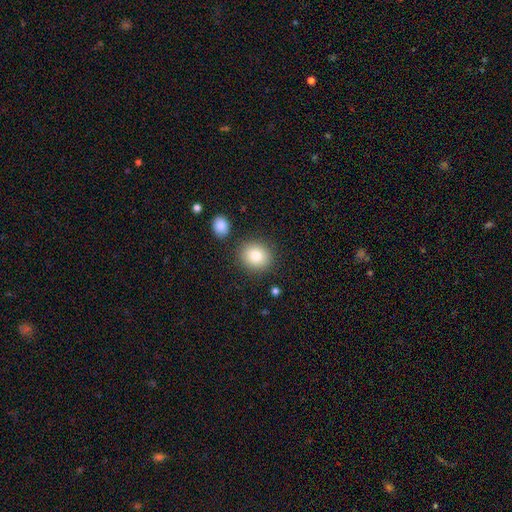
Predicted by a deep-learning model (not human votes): Smooth or featured?
  - smooth: 82% *
  - star or artifact: 10%
  - featured or disk: 9%
How rounded?
  - round: 76% *
  - in between: 23%
  - cigar-shaped: 1%
Merging?
  - none: 84% *
  - minor disturbance: 8%
  - merger: 5%
  - major disturbance: 3%